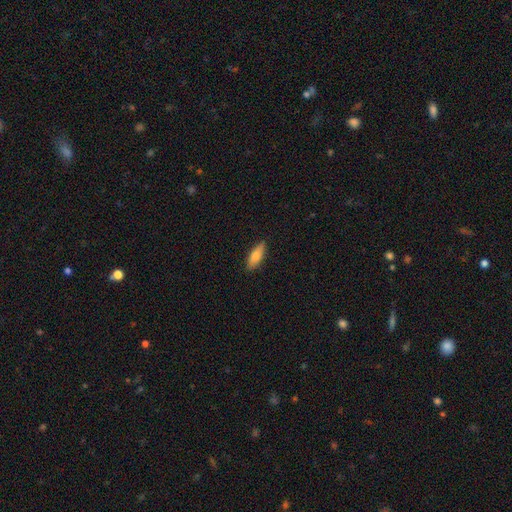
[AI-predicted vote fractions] A smooth galaxy with no disk features (76%) that is in between round and cigar-shaped (62%).

Vote fractions:
- Smooth or featured? smooth: 76% / featured or disk: 18% / star or artifact: 6%
- How rounded? in between: 62% / cigar-shaped: 36% / round: 2%
- Merging? none: 87% / minor disturbance: 10% / major disturbance: 2% / merger: 1%